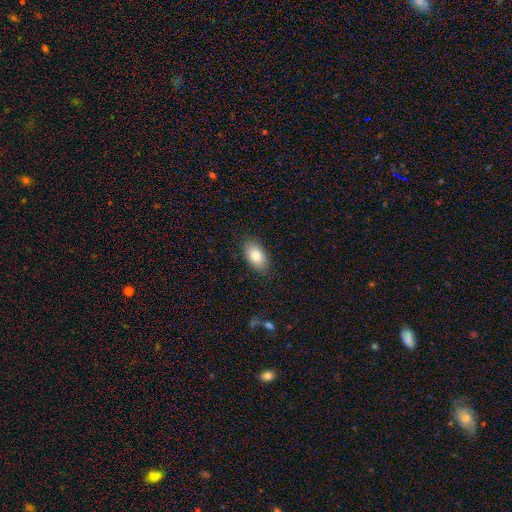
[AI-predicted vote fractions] This appears to be a smooth galaxy with no disk features (82%) that is in between round and cigar-shaped (92%). Merging: none (86%).